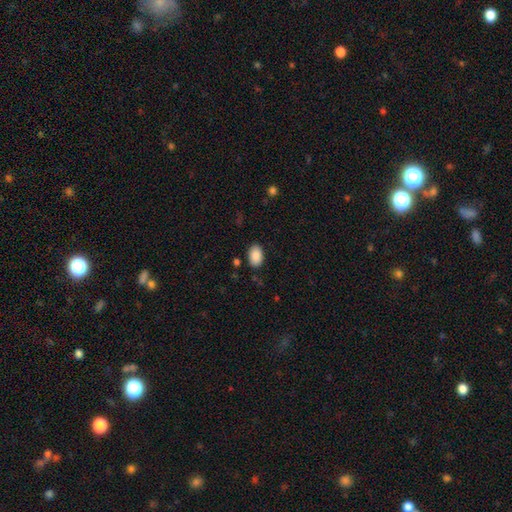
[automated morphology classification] This is clearly a smooth galaxy (90%). How rounded: clearly in between (90%). Merging: clearly none (86%).